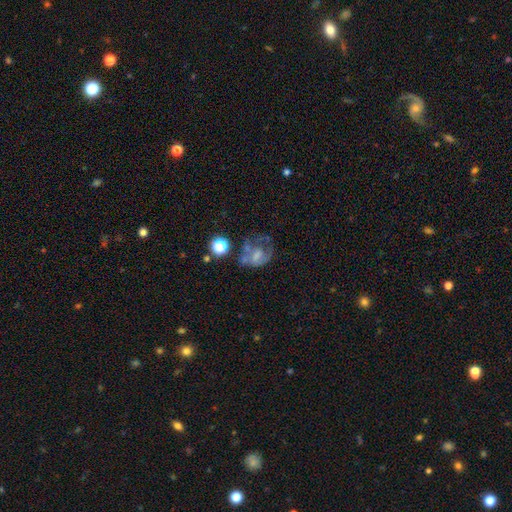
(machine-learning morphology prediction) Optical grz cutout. It shows a featured or disk galaxy (47%). Merging: major disturbance (36%).